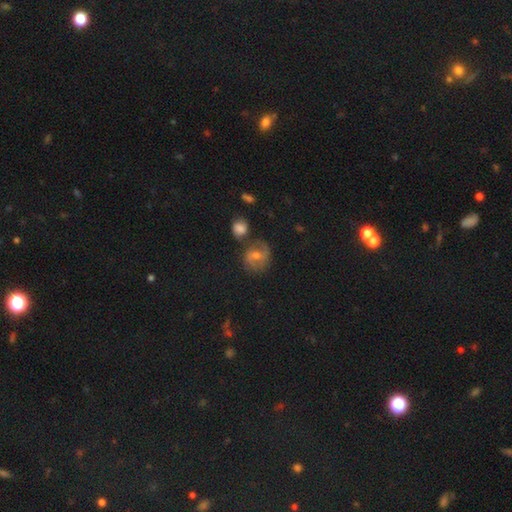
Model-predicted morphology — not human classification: smooth-or-featured: featured or disk: 67% | smooth: 22% | star or artifact: 11%
  disk-edge-on: no: 97% | yes: 3%
    bar: weak: 52% | no: 29% | strong: 19%
    has-spiral-arms: yes: 91% | no: 9%
      spiral-winding: medium: 51% | tight: 26% | loose: 23%
      spiral-arm-count: 2: 85% | can't tell: 7% | 1: 3% | 3: 3% | 4: 1% | more than 4: 1%
    bulge-size: moderate: 54% | small: 39% | none: 3% | large: 3% | dominant: 1%
  merging: none: 71% | minor disturbance: 15% | merger: 9% | major disturbance: 6%